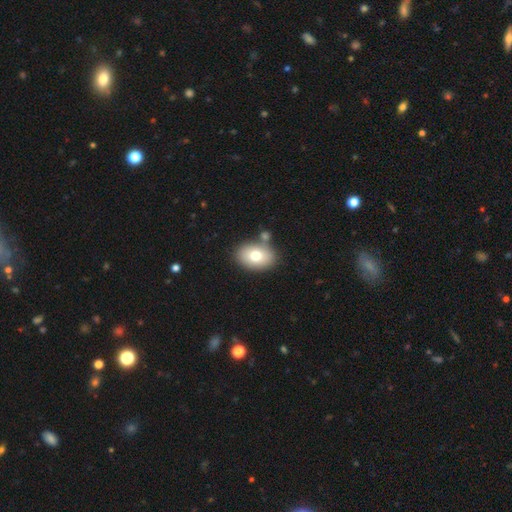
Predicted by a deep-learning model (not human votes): smooth_or_featured: smooth (p=0.76) [alt: featured or disk p=0.16]
how_rounded: in between (p=0.81) [alt: round p=0.18]
merging: none (p=0.73) [alt: minor disturbance p=0.12]